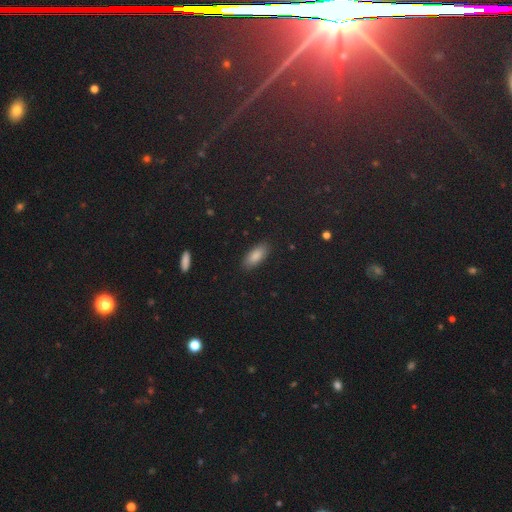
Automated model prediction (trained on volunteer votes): smooth-or-featured: smooth: 85% | star or artifact: 9% | featured or disk: 6%
  how-rounded: in between: 84% | cigar-shaped: 14% | round: 2%
  merging: none: 88% | minor disturbance: 9% | major disturbance: 2% | merger: 1%